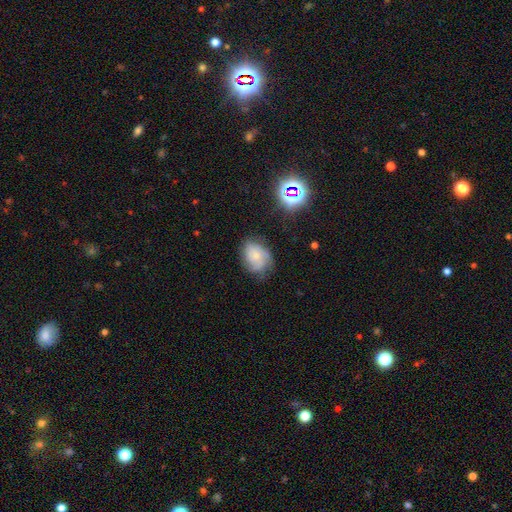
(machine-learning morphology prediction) smooth-or-featured: featured or disk: 57% | smooth: 32% | star or artifact: 11%
  disk-edge-on: no: 97% | yes: 3%
    bar: no: 78% | weak: 19% | strong: 3%
    has-spiral-arms: yes: 89% | no: 11%
    bulge-size: small: 64% | moderate: 28% | none: 6% | large: 2% | dominant: 1%
  merging: none: 63% | minor disturbance: 25% | major disturbance: 10% | merger: 2%